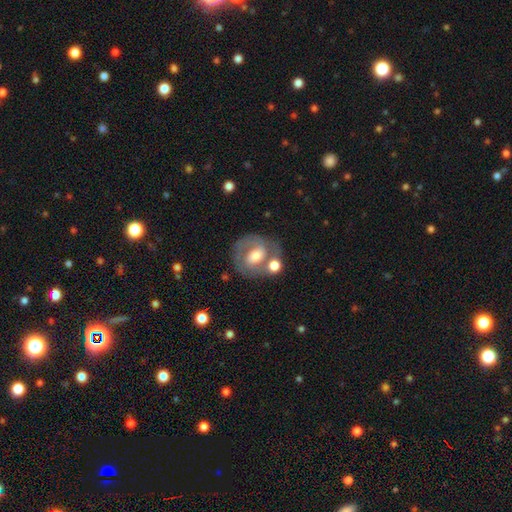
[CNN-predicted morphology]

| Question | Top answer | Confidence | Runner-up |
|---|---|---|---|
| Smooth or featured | featured or disk | 56% | smooth (37%) |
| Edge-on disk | no | 96% | yes (4%) |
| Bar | no | 53% | weak (33%) |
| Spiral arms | yes | 56% | no (44%) |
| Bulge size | moderate | 62% | large (18%) |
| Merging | none | 53% | merger (23%) |